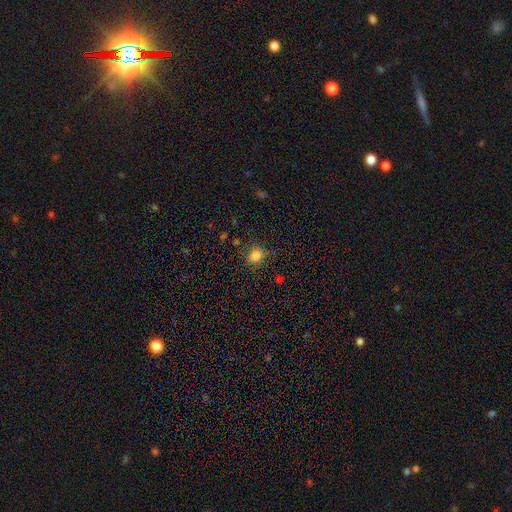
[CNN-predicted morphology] A smooth galaxy with no disk features (83%) that is round (78%).

Vote fractions:
- Smooth or featured? smooth: 83% / star or artifact: 12% / featured or disk: 5%
- How rounded? round: 78% / in between: 21% / cigar-shaped: 1%
- Merging? none: 83% / minor disturbance: 11% / major disturbance: 4% / merger: 2%